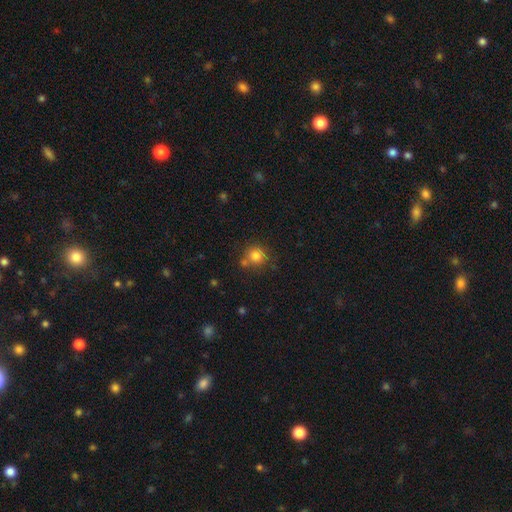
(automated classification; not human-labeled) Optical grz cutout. It shows a smooth galaxy with no disk features (81%) that is round (88%). Merging: none (66%).